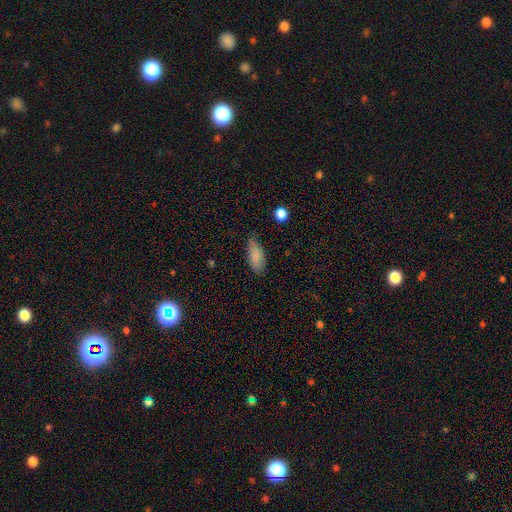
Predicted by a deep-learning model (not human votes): The model was most divided on "merging": none: 70%, minor disturbance: 24%, major disturbance: 5%, merger: 2%. More confident: smooth or featured — smooth (84%); how rounded — in between (82%).